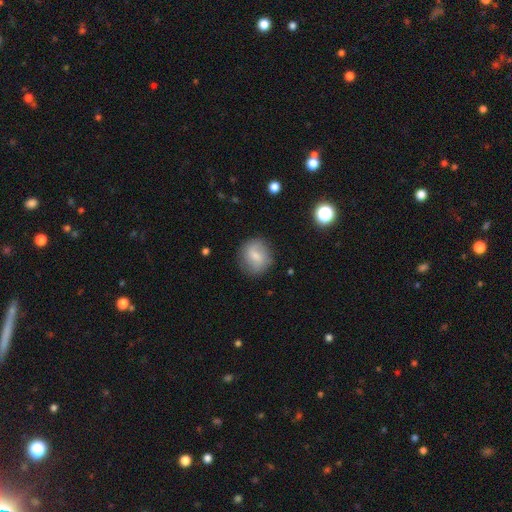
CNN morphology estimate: Smooth or featured?
  - smooth: 64% *
  - featured or disk: 28%
  - star or artifact: 8%
How rounded?
  - round: 78% *
  - in between: 20%
  - cigar-shaped: 1%
Merging?
  - none: 79% *
  - minor disturbance: 14%
  - major disturbance: 5%
  - merger: 1%